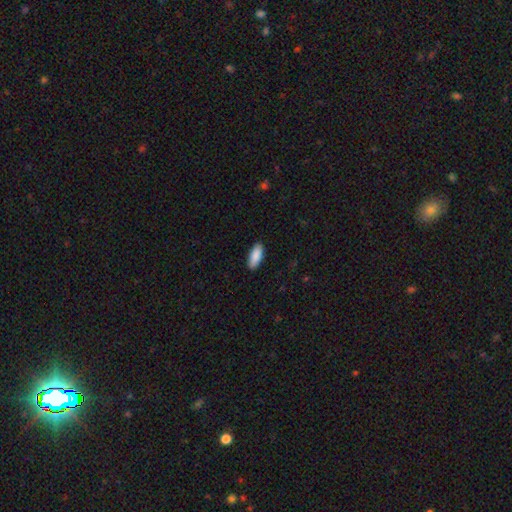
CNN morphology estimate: This appears to be a smooth galaxy with no disk features (89%) that is in between round and cigar-shaped (82%). Merging: none (88%).